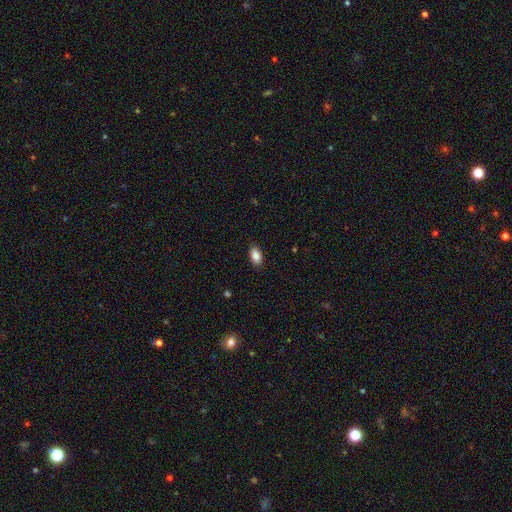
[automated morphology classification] This appears to be a smooth galaxy with no disk features (87%) that is in between round and cigar-shaped (91%). Merging: none (88%).